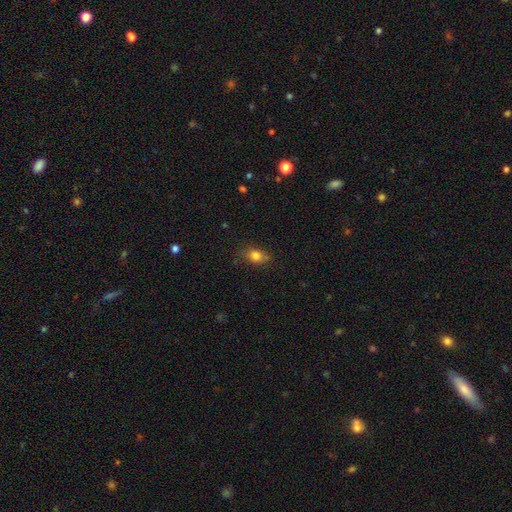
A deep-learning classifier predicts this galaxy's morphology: Smooth or featured? smooth (81%)
How rounded? in between (68%)
Merging? none (76%)